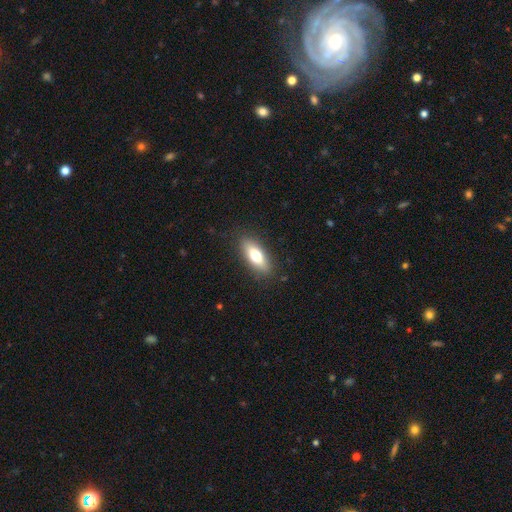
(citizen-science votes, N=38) Smooth or featured? smooth (76%)
How rounded? in between (69%)
Merging? none (80%)